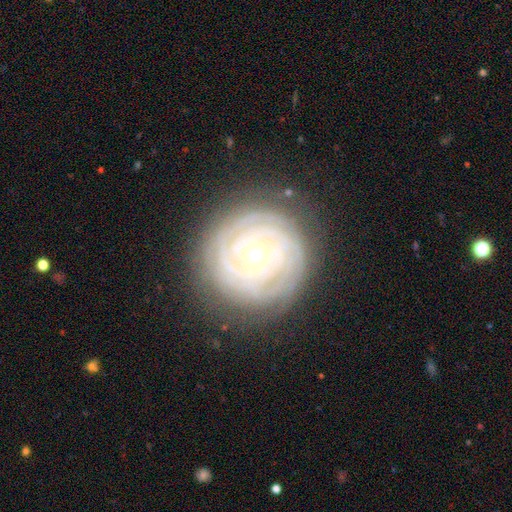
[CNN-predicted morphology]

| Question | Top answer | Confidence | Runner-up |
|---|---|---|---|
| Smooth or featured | featured or disk | 84% | smooth (10%) |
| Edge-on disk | no | 97% | yes (3%) |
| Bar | no | 76% | weak (15%) |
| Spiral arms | yes | 94% | no (6%) |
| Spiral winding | tight | 90% | medium (8%) |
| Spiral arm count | can't tell | 32% | 3 (19%) |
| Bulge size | moderate | 57% | small (39%) |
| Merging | none | 83% | minor disturbance (12%) |